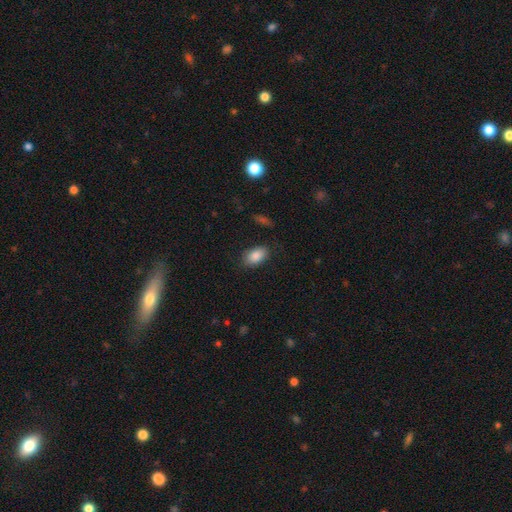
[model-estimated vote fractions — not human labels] This is clearly a smooth galaxy (87%). How rounded: clearly in between (91%). Merging: clearly none (83%).